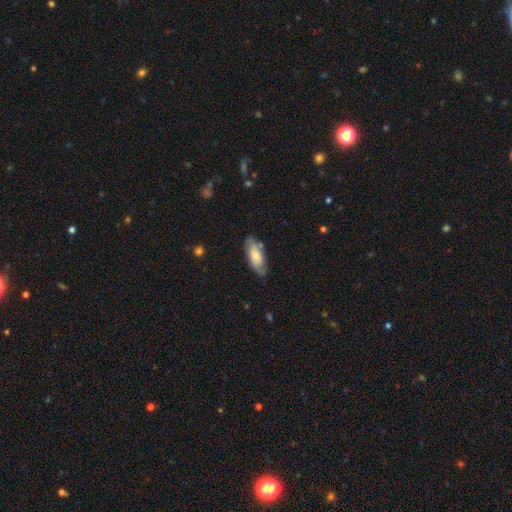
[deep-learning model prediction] smooth-or-featured: smooth: 58% | featured or disk: 35% | star or artifact: 6%
  how-rounded: in between: 78% | cigar-shaped: 20% | round: 2%
  merging: none: 72% | minor disturbance: 21% | major disturbance: 5% | merger: 2%